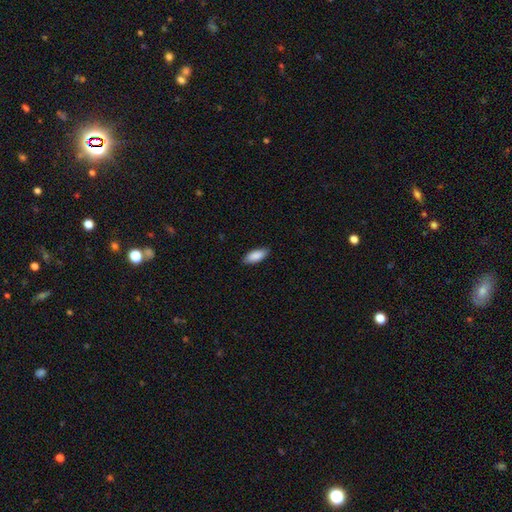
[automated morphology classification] This appears to be a smooth galaxy with no disk features (88%) that is in between round and cigar-shaped (80%). Merging: none (87%).